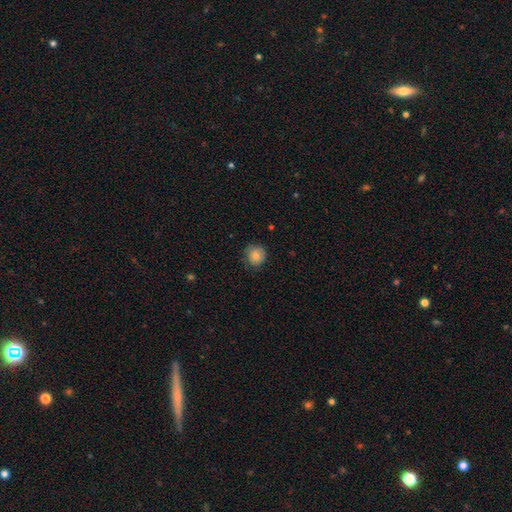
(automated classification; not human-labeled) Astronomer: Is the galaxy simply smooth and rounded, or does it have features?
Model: smooth — 82%.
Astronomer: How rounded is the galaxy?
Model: round — 90%.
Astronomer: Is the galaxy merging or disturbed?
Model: none — 77%.